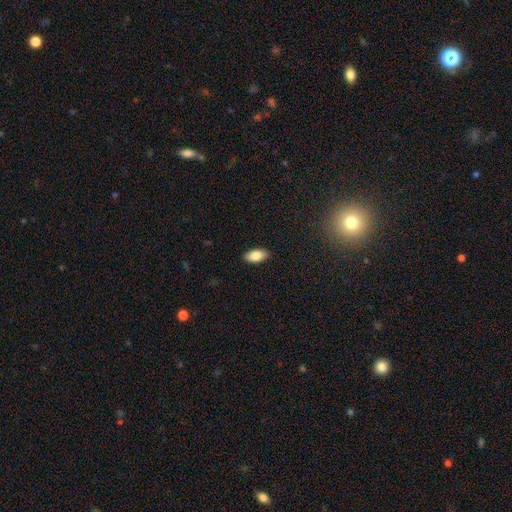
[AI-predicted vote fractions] Morphology: type=smooth (85%); roundness=in between (91%); merging=none (89%).